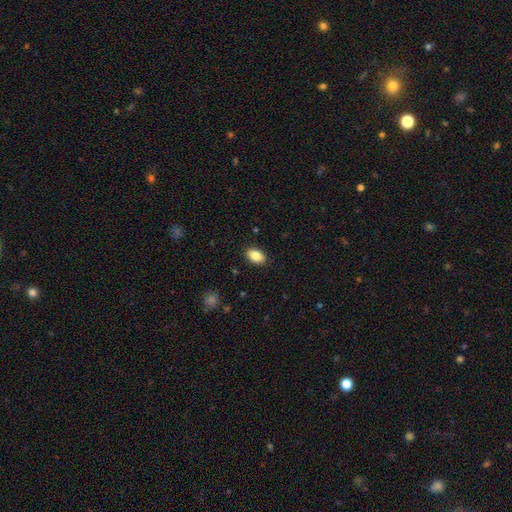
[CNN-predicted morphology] Smooth or featured? Predicted: smooth (p=0.86). How rounded? Predicted: in between (p=0.90). Merging? Predicted: none (p=0.89).